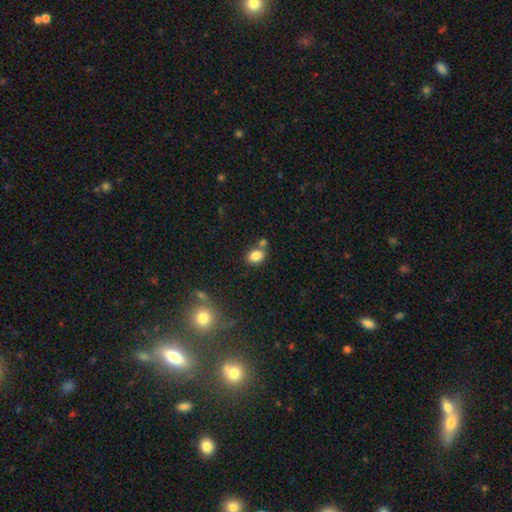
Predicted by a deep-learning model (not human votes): This appears to be a smooth galaxy with no disk features (84%) that is in between round and cigar-shaped (68%). Merging: none (62%).